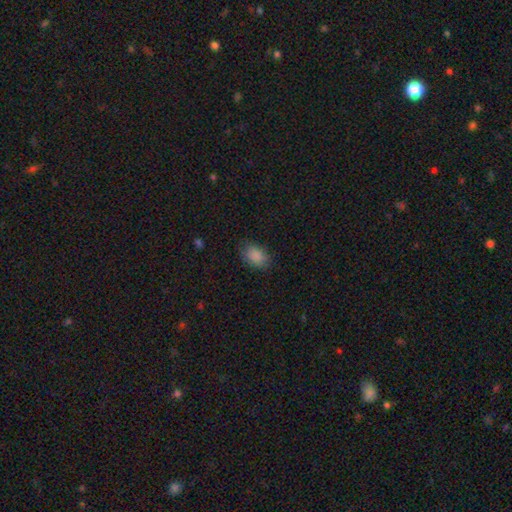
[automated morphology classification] This appears to be a smooth galaxy with no disk features (87%) that is in between round and cigar-shaped (86%). Merging: none (78%).